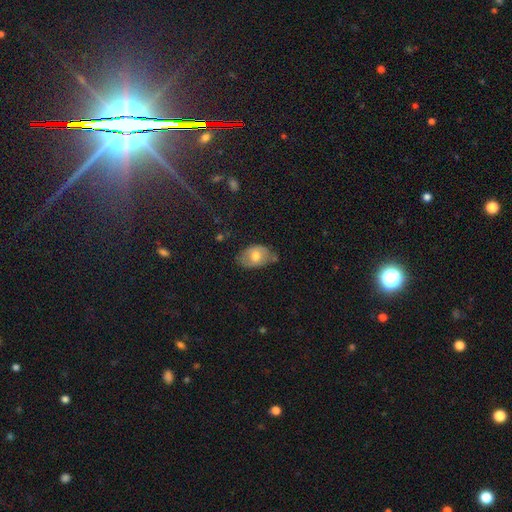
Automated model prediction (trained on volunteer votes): A smooth galaxy with no disk features (67%) that is in between round and cigar-shaped (87%). Merging: none (58%).